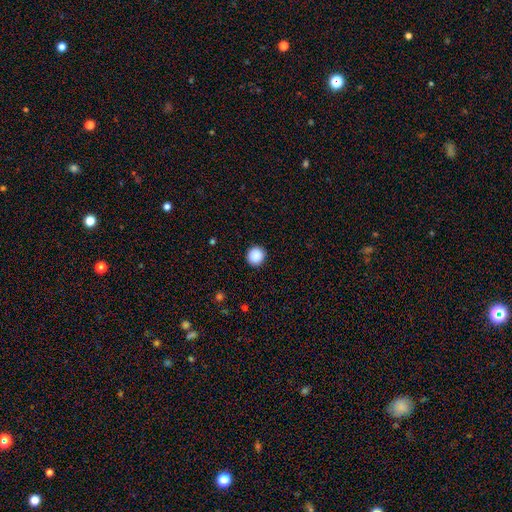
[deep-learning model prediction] Smooth or featured? smooth (89%)
How rounded? round (94%)
Merging? none (92%)